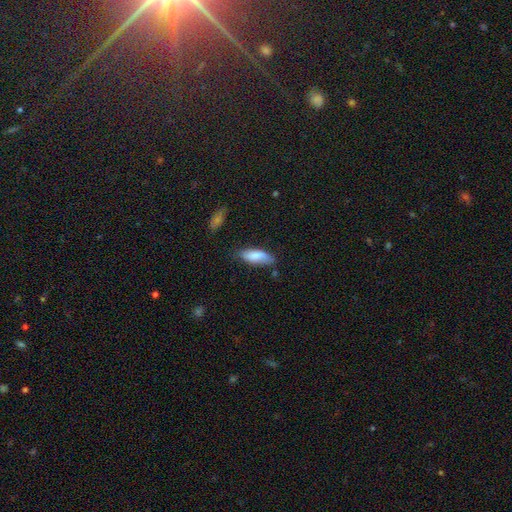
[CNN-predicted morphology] smooth-or-featured: smooth: 79% | featured or disk: 14% | star or artifact: 6%
  how-rounded: in between: 69% | cigar-shaped: 29% | round: 2%
  merging: none: 63% | minor disturbance: 27% | major disturbance: 6% | merger: 4%